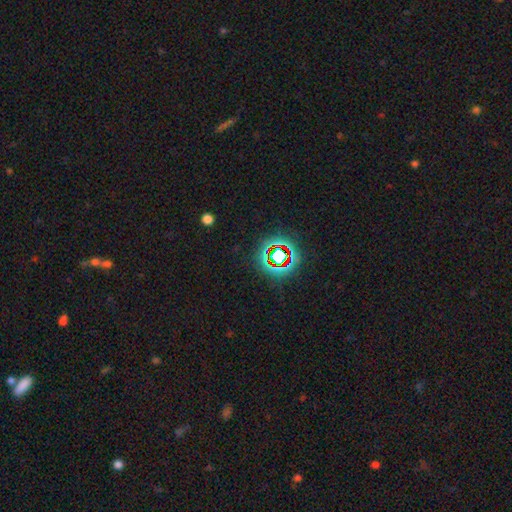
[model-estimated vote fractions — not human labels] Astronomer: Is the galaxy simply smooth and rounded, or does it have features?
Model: star or artifact — 72%.